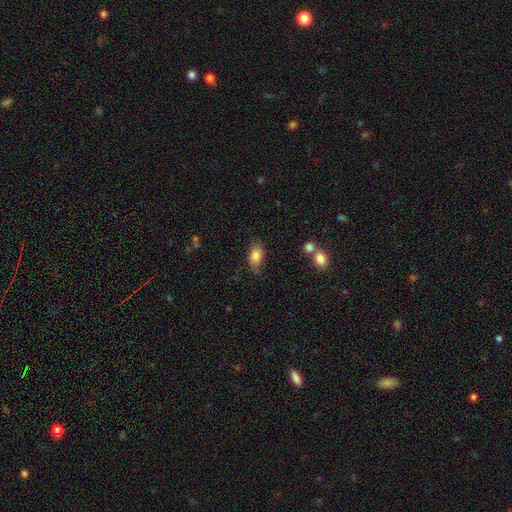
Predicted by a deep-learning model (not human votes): This is clearly a smooth galaxy (84%). How rounded: clearly in between (88%). Merging: likely none (68%).